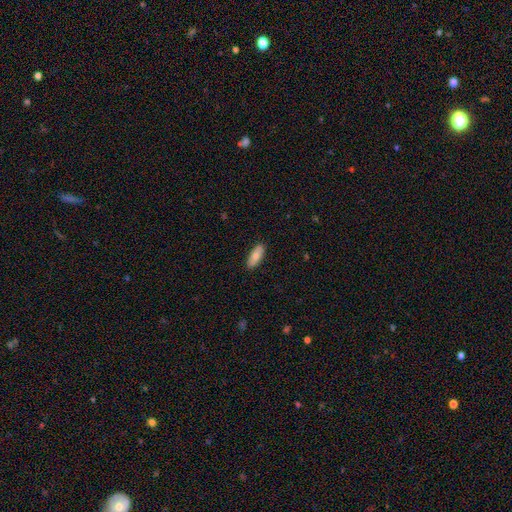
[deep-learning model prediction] Smooth or featured: smooth — 77% (featured or disk — 17%)
How rounded: in between — 73% (cigar-shaped — 25%)
Merging: none — 89% (minor disturbance — 8%)